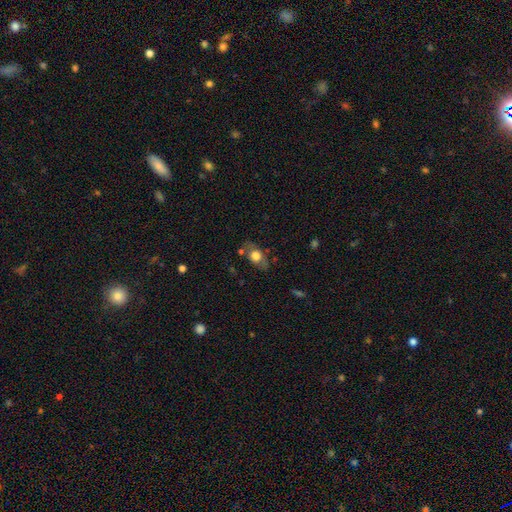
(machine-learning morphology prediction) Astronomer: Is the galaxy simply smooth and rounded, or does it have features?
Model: smooth — 62%.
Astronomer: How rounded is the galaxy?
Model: in between — 75%.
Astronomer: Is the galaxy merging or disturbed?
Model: none — 70%.